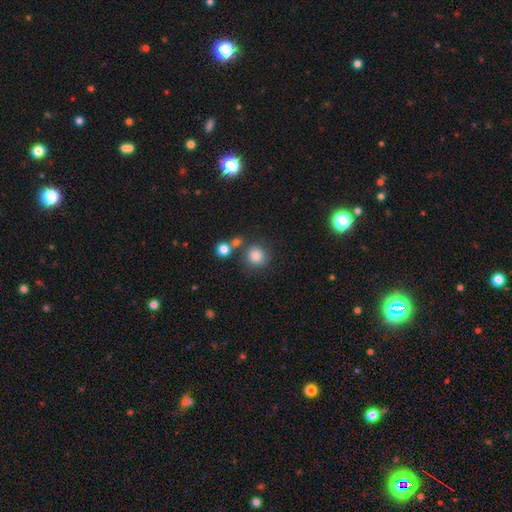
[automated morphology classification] smooth_or_featured: smooth (p=0.84) [alt: star or artifact p=0.11]
how_rounded: round (p=0.90) [alt: in between p=0.09]
merging: none (p=0.71) [alt: merger p=0.13]